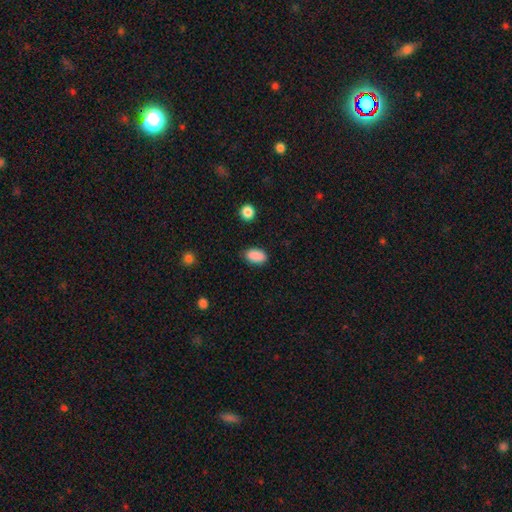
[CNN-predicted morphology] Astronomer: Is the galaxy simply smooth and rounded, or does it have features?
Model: smooth — 89%.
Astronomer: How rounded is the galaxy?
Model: in between — 91%.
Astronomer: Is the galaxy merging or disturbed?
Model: none — 82%.